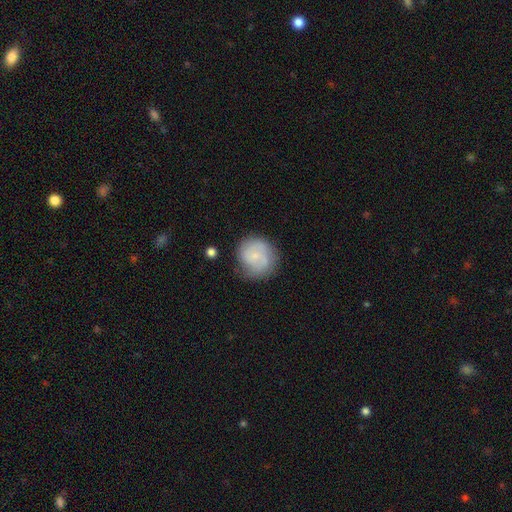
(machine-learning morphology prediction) smooth 49%, featured or disk 44%, star or artifact 7%. Down the decision tree: merging — none (68%).